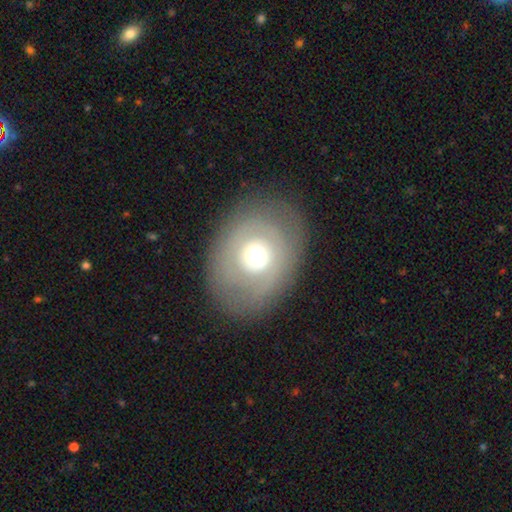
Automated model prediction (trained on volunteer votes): Smooth or featured?
  - smooth: 45% *
  - featured or disk: 44%
  - star or artifact: 11%
Merging?
  - none: 76% *
  - minor disturbance: 13%
  - major disturbance: 9%
  - merger: 2%